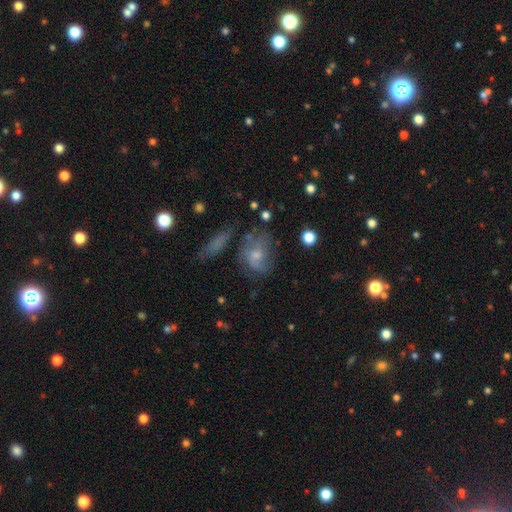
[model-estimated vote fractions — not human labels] Smooth or featured? smooth (48%)
Merging? none (44%)